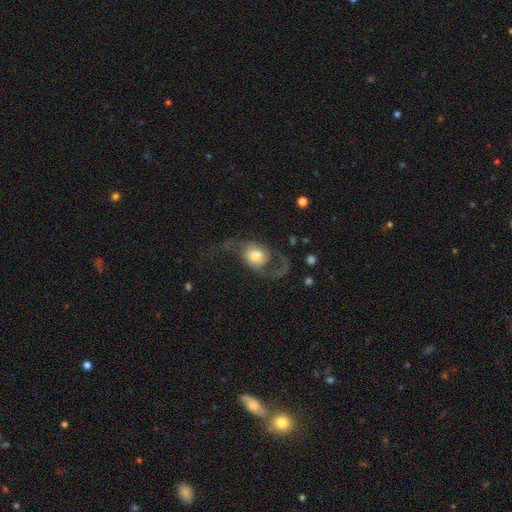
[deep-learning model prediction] This appears to be a featured or disk galaxy (49%). Merging: major disturbance (52%).